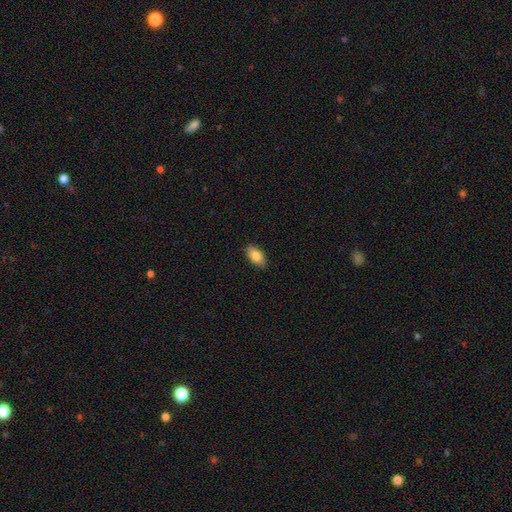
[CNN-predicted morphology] smooth-or-featured: smooth: 83% | featured or disk: 11% | star or artifact: 7%
  how-rounded: in between: 93% | cigar-shaped: 4% | round: 4%
  merging: none: 88% | minor disturbance: 10% | major disturbance: 2% | merger: 1%